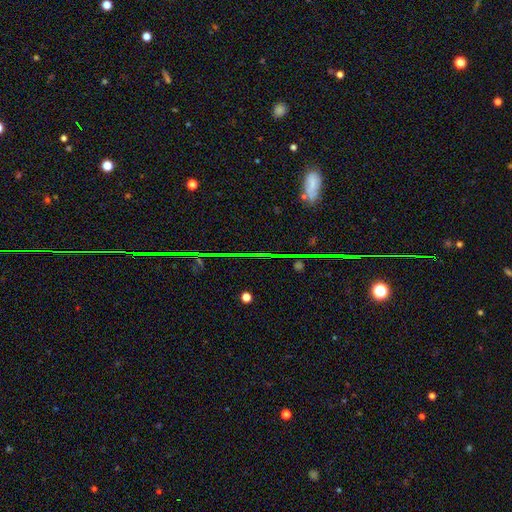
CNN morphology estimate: star or artifact 67%, smooth 18%, featured or disk 15%.